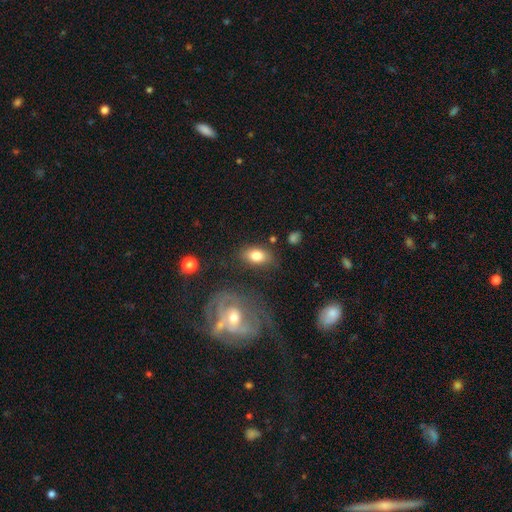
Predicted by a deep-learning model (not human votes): smooth-or-featured: smooth: 79% | featured or disk: 13% | star or artifact: 8%
  how-rounded: in between: 87% | round: 11% | cigar-shaped: 2%
  merging: none: 75% | minor disturbance: 15% | major disturbance: 5% | merger: 5%